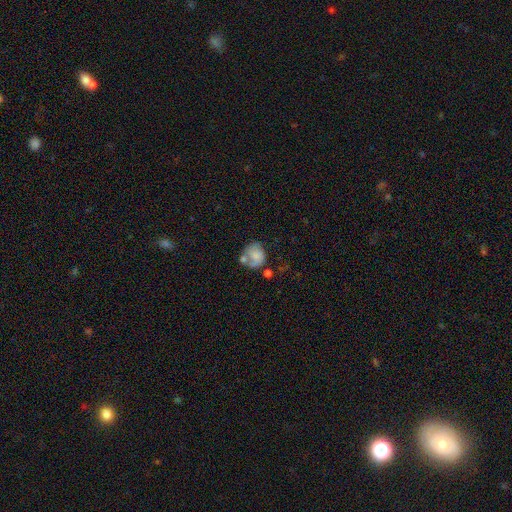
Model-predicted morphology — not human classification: Smooth or featured?
  - smooth: 64% *
  - featured or disk: 27%
  - star or artifact: 9%
How rounded?
  - round: 66% *
  - in between: 33%
  - cigar-shaped: 1%
Merging?
  - none: 38% *
  - merger: 26%
  - minor disturbance: 22%
  - major disturbance: 14%